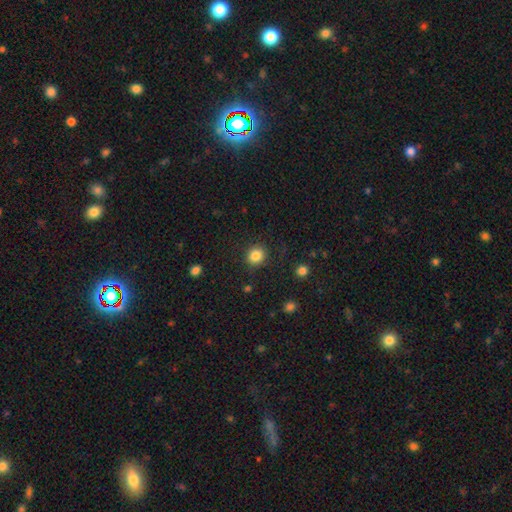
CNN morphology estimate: smooth_or_featured: smooth (p=0.85) [alt: star or artifact p=0.10]
how_rounded: round (p=0.84) [alt: in between p=0.15]
merging: none (p=0.86) [alt: minor disturbance p=0.09]